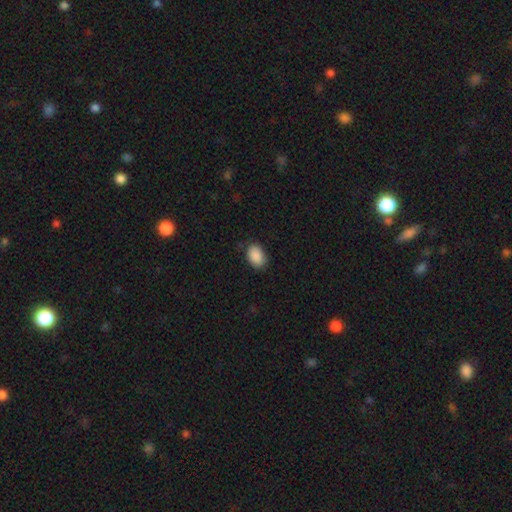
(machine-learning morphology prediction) Q: Smooth or featured?
A: smooth (90%); runner-up: star or artifact (7%)
Q: How rounded?
A: in between (86%); runner-up: round (13%)
Q: Merging?
A: none (84%); runner-up: minor disturbance (12%)